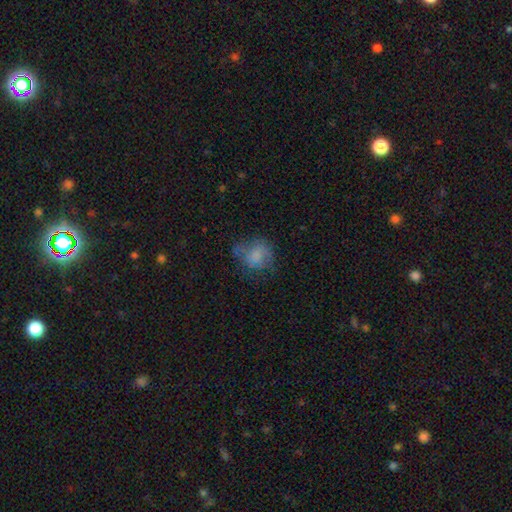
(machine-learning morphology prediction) smooth-or-featured: smooth: 64% | featured or disk: 25% | star or artifact: 11%
  how-rounded: round: 63% | in between: 36% | cigar-shaped: 1%
  merging: none: 48% | minor disturbance: 27% | major disturbance: 23% | merger: 2%